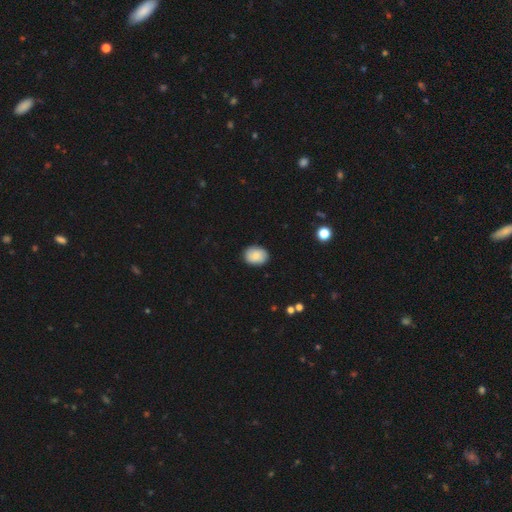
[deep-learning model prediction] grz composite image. It shows a smooth galaxy with no disk features (84%) that is in between round and cigar-shaped (62%). Merging: none (87%).